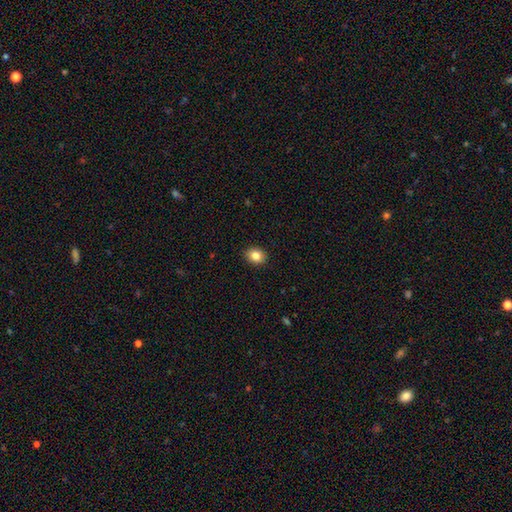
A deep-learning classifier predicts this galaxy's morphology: smooth 84%, star or artifact 10%, featured or disk 6%. Down the decision tree: how rounded — round (57%); merging — none (90%).